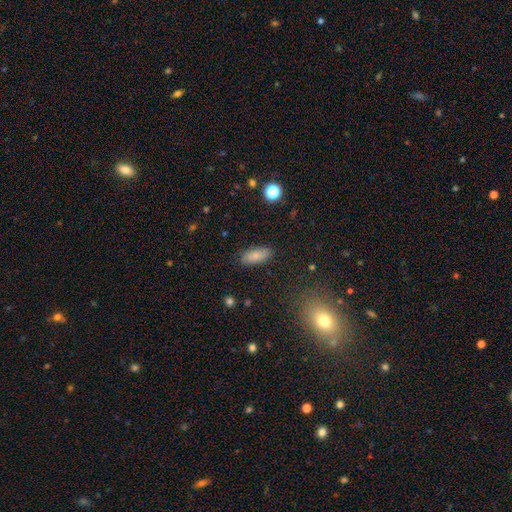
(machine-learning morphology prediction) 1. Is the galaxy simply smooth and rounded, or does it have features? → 81% smooth, 10% featured or disk, 8% star or artifact.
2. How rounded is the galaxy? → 83% in between, 14% cigar-shaped, 3% round.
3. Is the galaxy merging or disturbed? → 85% none, 11% minor disturbance, 3% major disturbance, 1% merger.